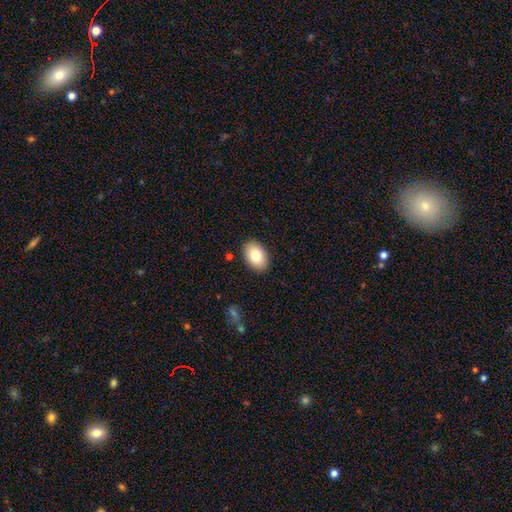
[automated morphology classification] Smooth or featured: smooth — 81% (featured or disk — 12%)
How rounded: in between — 88% (round — 11%)
Merging: none — 88% (minor disturbance — 9%)